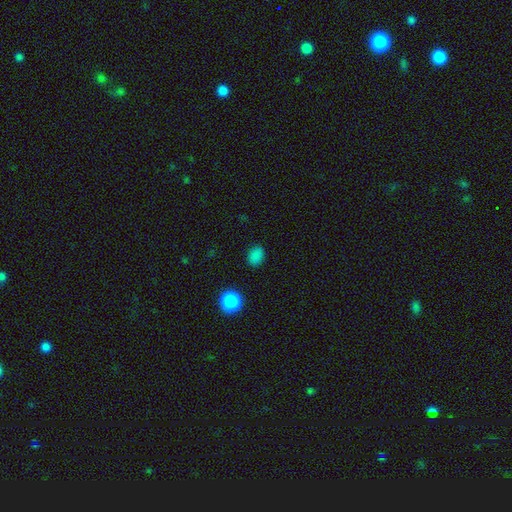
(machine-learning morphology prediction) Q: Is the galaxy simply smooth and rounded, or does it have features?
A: smooth — 81%.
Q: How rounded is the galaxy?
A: in between — 58%.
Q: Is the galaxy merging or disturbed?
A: none — 85%.